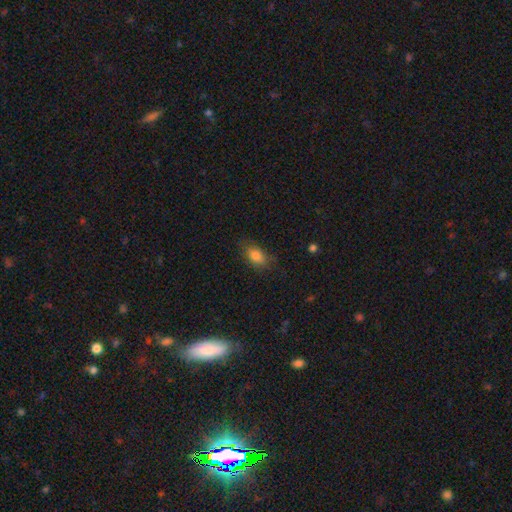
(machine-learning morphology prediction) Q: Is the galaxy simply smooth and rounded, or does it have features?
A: smooth — 82%.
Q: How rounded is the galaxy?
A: in between — 87%.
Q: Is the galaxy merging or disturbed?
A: none — 76%.